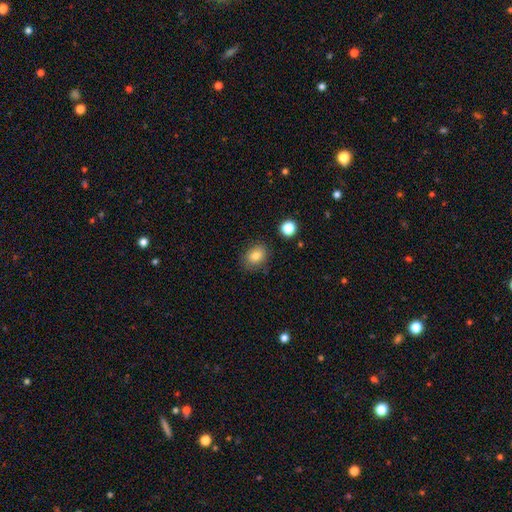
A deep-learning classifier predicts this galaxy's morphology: A smooth galaxy with no disk features (82%) that is in between round and cigar-shaped (60%). Merging: none (82%).